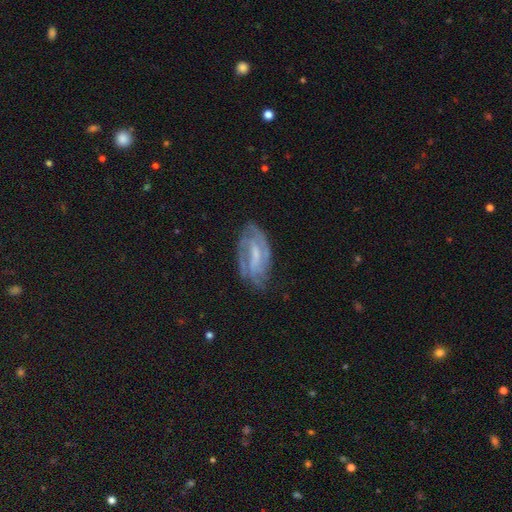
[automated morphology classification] smooth-or-featured: featured or disk: 75% | smooth: 17% | star or artifact: 7%
  disk-edge-on: no: 94% | yes: 6%
    bar: weak: 49% | strong: 26% | no: 24%
    has-spiral-arms: yes: 85% | no: 15%
      spiral-winding: tight: 49% | medium: 38% | loose: 13%
      spiral-arm-count: 2: 40% | can't tell: 35% | 3: 13% | 1: 5% | 4: 4% | more than 4: 3%
    bulge-size: small: 37% | moderate: 30% | none: 28% | large: 4% | dominant: 1%
  merging: none: 65% | minor disturbance: 23% | major disturbance: 11% | merger: 2%